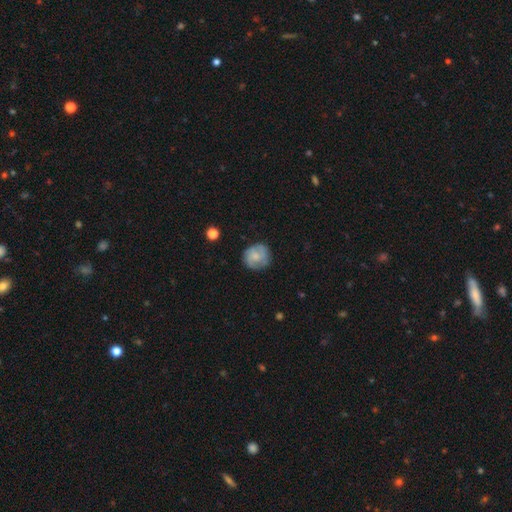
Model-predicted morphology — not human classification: A smooth galaxy with no disk features (57%) that is round (85%). Merging: none (74%).